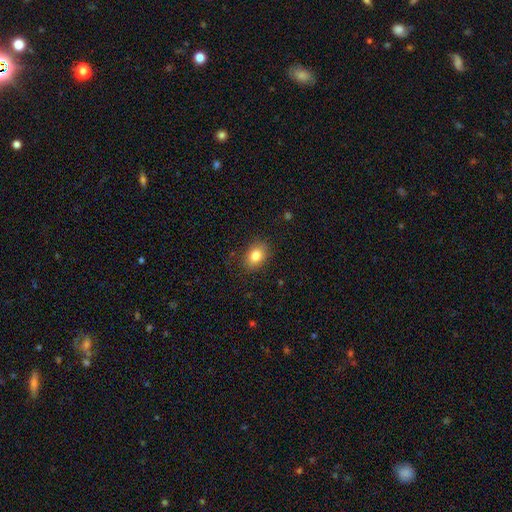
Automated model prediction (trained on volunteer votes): This appears to be a smooth galaxy with no disk features (83%) that is in between round and cigar-shaped (75%). Merging: none (85%).